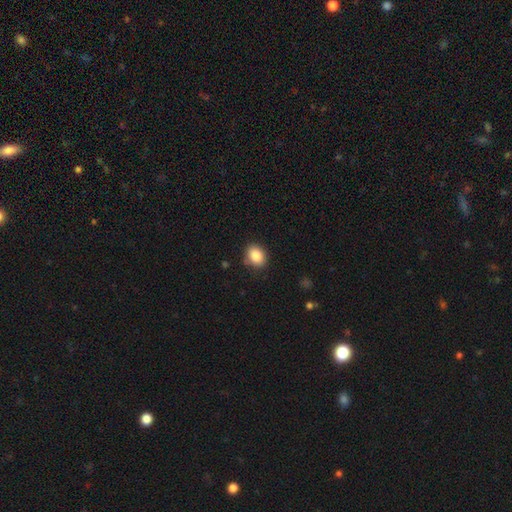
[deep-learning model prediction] A smooth galaxy with no disk features (87%) that is in between round and cigar-shaped (58%).

Vote fractions:
- Smooth or featured? smooth: 87% / star or artifact: 8% / featured or disk: 5%
- How rounded? in between: 58% / round: 41% / cigar-shaped: 1%
- Merging? none: 85% / minor disturbance: 11% / major disturbance: 3% / merger: 2%